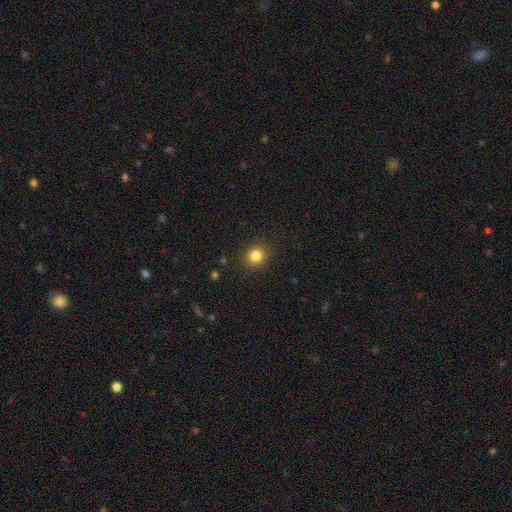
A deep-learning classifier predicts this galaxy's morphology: smooth 82%, star or artifact 12%, featured or disk 5%. Down the decision tree: how rounded — round (82%); merging — none (89%).